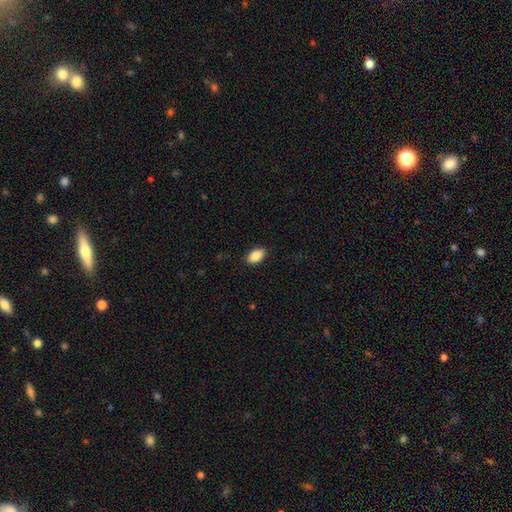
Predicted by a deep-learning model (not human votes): Smooth or featured: smooth — 88% (star or artifact — 7%)
How rounded: in between — 92% (round — 6%)
Merging: none — 89% (minor disturbance — 8%)